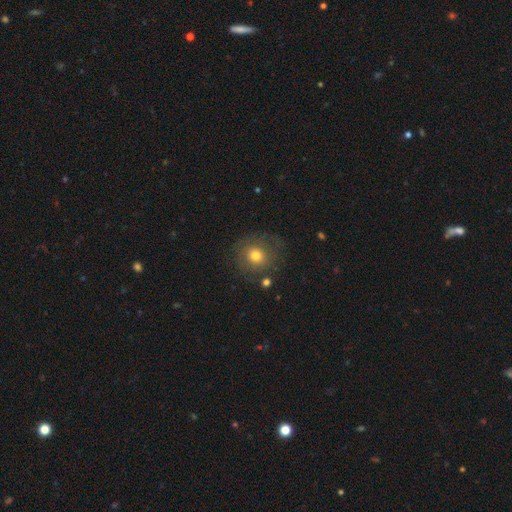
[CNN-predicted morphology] type=smooth (70%); roundness=round (87%); merging=none (74%).